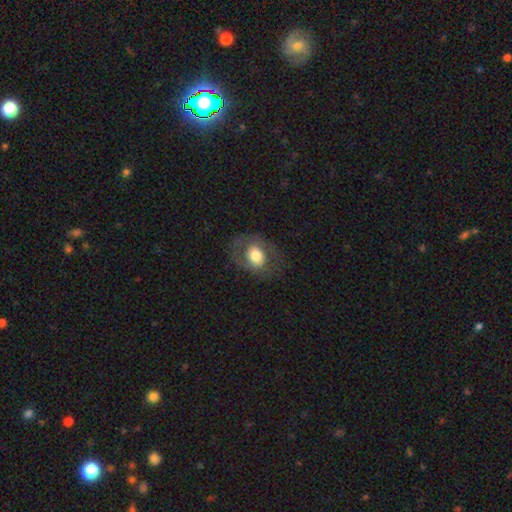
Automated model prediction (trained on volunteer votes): A smooth galaxy with no disk features (56%) that is in between round and cigar-shaped (52%).

Vote fractions:
- Smooth or featured? smooth: 56% / featured or disk: 35% / star or artifact: 8%
- How rounded? in between: 52% / round: 47% / cigar-shaped: 1%
- Merging? none: 66% / minor disturbance: 18% / major disturbance: 15% / merger: 1%